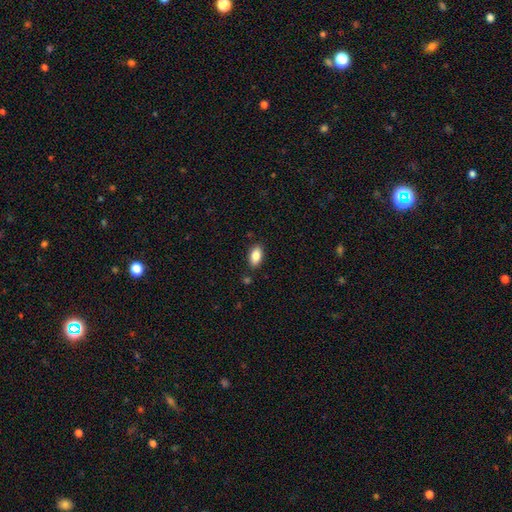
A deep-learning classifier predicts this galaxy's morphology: Overall: smooth (85%). How rounded: in between (91%). Merging: none (86%).